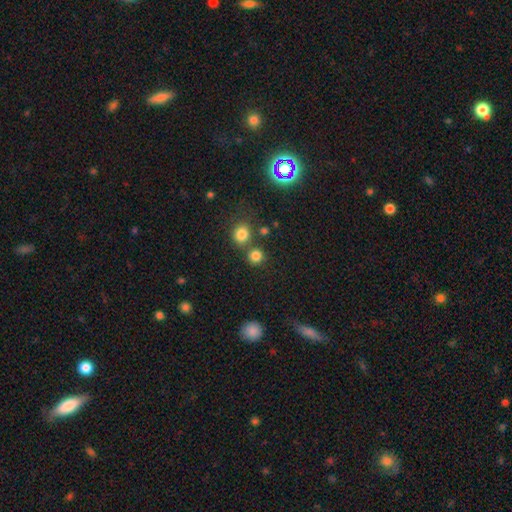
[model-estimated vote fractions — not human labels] The model was most divided on "merging": none: 69%, merger: 20%, minor disturbance: 8%, major disturbance: 3%. More confident: how rounded — round (89%); smooth or featured — smooth (81%).